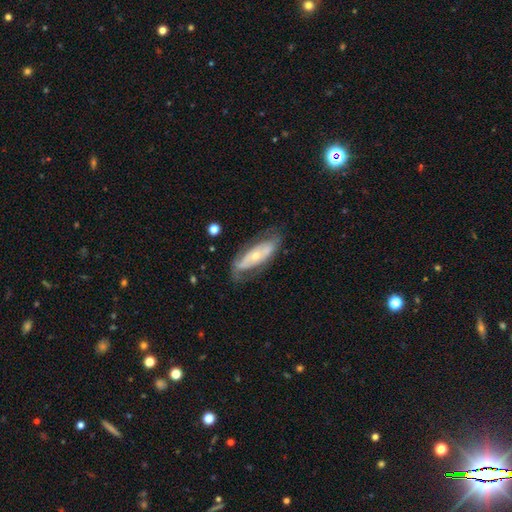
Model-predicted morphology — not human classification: This appears to be a featured or disk galaxy (63%). Merging: none (66%).